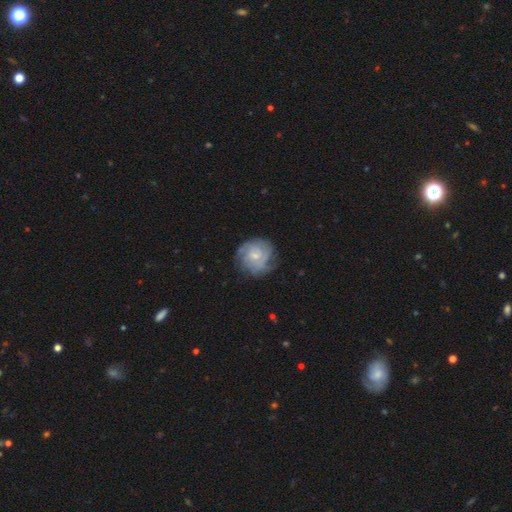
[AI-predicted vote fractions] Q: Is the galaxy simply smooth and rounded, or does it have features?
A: featured or disk — 69%.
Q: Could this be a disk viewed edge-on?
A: no — 98%.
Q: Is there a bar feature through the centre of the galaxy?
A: no — 65%.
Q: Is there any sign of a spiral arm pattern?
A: yes — 88%.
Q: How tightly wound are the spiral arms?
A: tight — 57%.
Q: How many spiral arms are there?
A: can't tell — 41%.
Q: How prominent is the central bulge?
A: small — 59%.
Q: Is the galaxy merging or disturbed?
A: none — 67%.